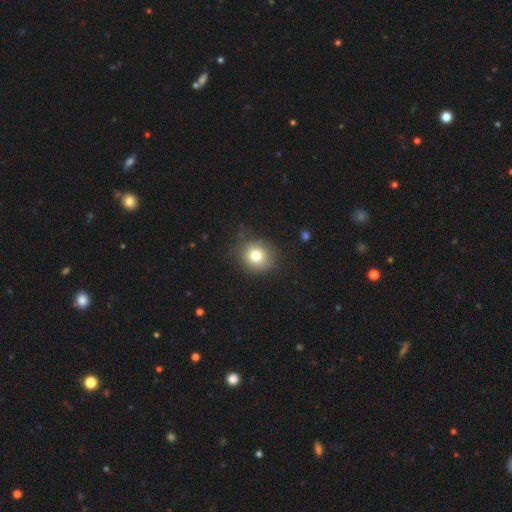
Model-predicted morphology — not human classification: This appears to be a smooth galaxy with no disk features (78%) that is round (79%). Merging: none (84%).